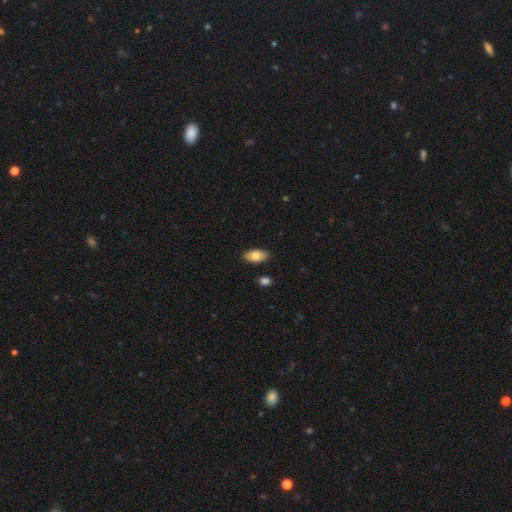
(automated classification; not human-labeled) Smooth or featured: smooth — 81% (featured or disk — 12%)
How rounded: in between — 93% (cigar-shaped — 4%)
Merging: none — 86% (minor disturbance — 10%)